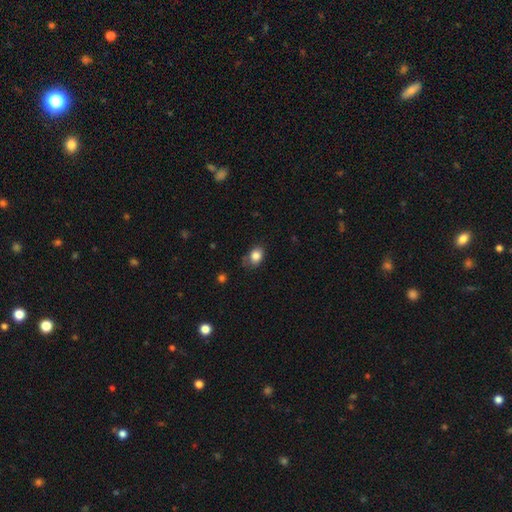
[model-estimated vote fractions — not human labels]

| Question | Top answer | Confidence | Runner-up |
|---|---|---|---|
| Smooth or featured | smooth | 83% | star or artifact (9%) |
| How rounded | in between | 67% | round (32%) |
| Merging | none | 69% | minor disturbance (24%) |